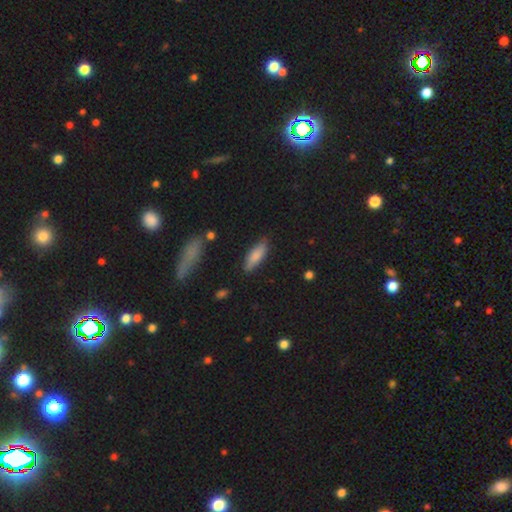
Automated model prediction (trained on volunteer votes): Smooth or featured?
  - smooth: 78% *
  - featured or disk: 16%
  - star or artifact: 6%
How rounded?
  - in between: 55% *
  - cigar-shaped: 43%
  - round: 2%
Merging?
  - none: 78% *
  - minor disturbance: 16%
  - major disturbance: 3%
  - merger: 2%